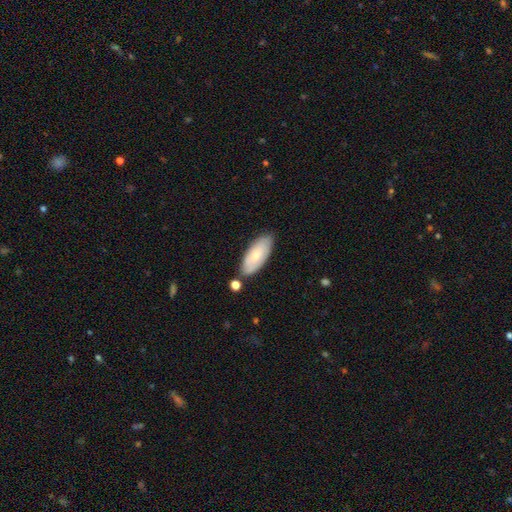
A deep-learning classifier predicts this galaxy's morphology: Smooth or featured? Predicted: smooth (p=0.68). How rounded? Predicted: in between (p=0.84). Merging? Predicted: none (p=0.76).